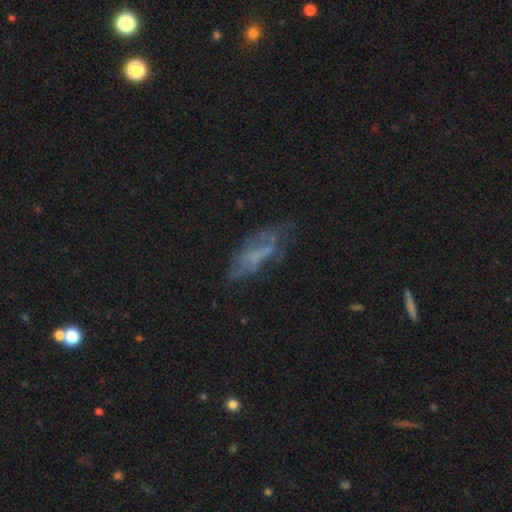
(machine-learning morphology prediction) Smooth or featured? featured or disk (48%)
Merging? none (45%)